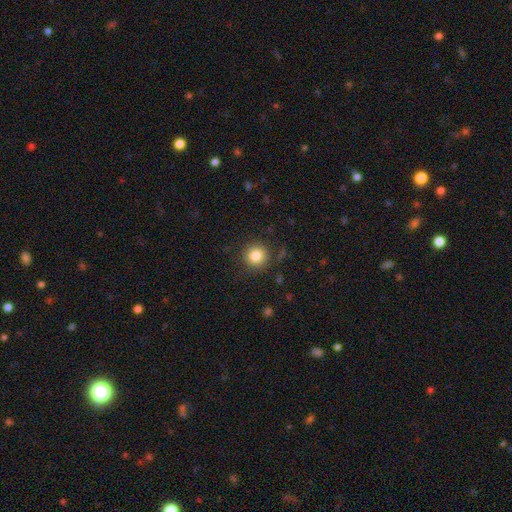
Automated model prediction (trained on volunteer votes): smooth_or_featured: smooth (p=0.82) [alt: star or artifact p=0.11]
how_rounded: round (p=0.94) [alt: in between p=0.05]
merging: none (p=0.88) [alt: minor disturbance p=0.08]